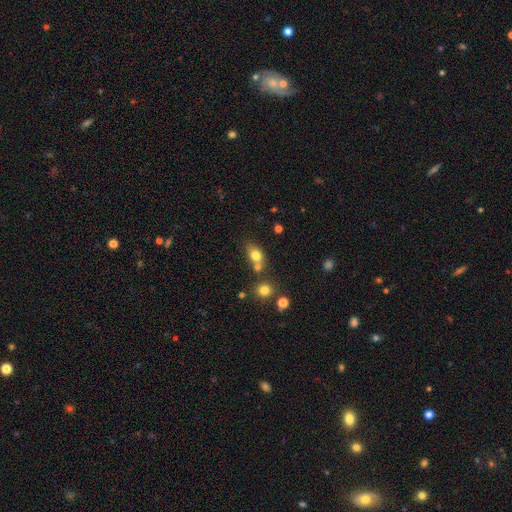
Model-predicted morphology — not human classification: Smooth or featured? Predicted: smooth (p=0.76). How rounded? Predicted: in between (p=0.65). Merging? Predicted: none (p=0.49).